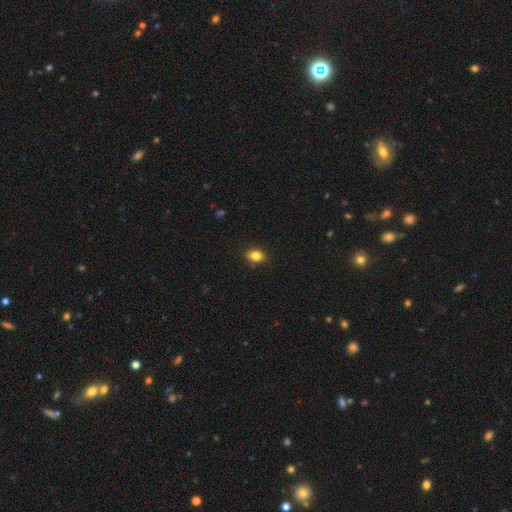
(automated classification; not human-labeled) smooth_or_featured: smooth (p=0.84) [alt: star or artifact p=0.10]
how_rounded: in between (p=0.75) [alt: round p=0.24]
merging: none (p=0.85) [alt: minor disturbance p=0.11]